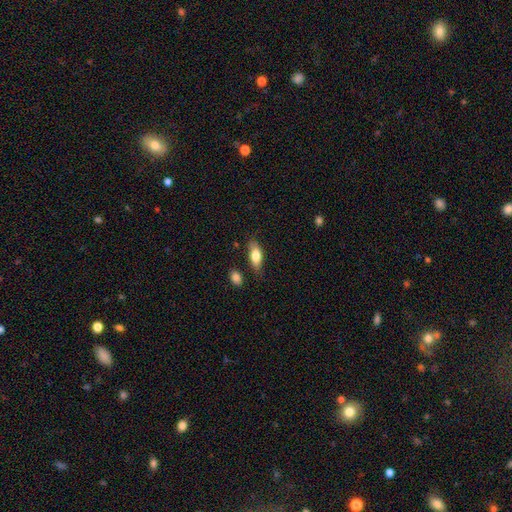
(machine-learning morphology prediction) type=smooth (78%); roundness=in between (80%); merging=none (76%).